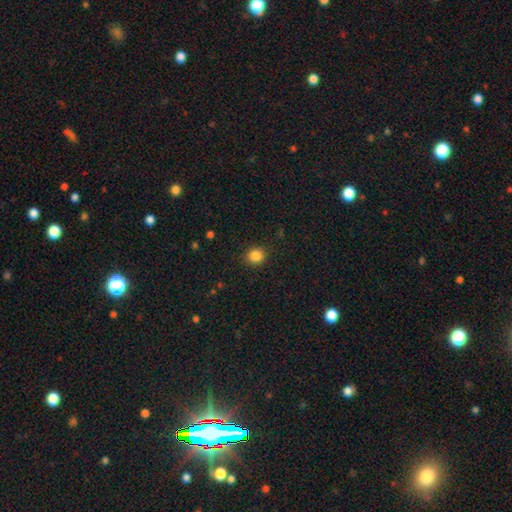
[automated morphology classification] A smooth galaxy with no disk features (86%) that is round (85%).

Vote fractions:
- Smooth or featured? smooth: 86% / star or artifact: 11% / featured or disk: 4%
- How rounded? round: 85% / in between: 14% / cigar-shaped: 1%
- Merging? none: 89% / minor disturbance: 7% / major disturbance: 2% / merger: 1%